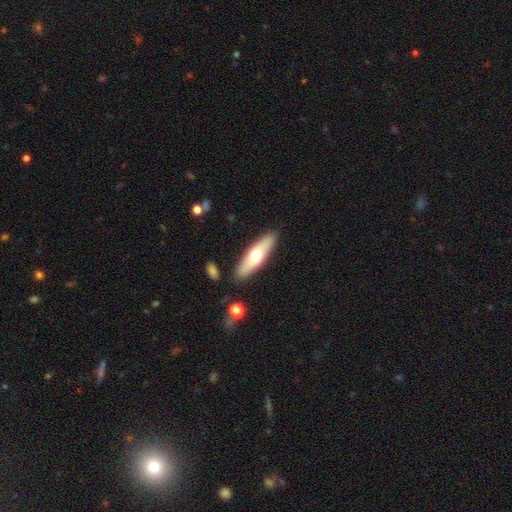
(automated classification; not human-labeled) The model was most divided on "how rounded": cigar-shaped: 59%, in between: 39%, round: 2%. More confident: merging — none (87%); smooth or featured — smooth (59%).